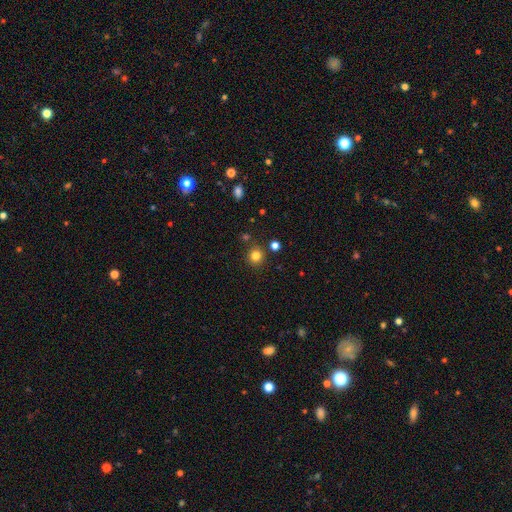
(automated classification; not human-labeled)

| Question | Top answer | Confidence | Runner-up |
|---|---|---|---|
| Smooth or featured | smooth | 81% | star or artifact (14%) |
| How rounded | round | 91% | in between (8%) |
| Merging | none | 86% | minor disturbance (7%) |